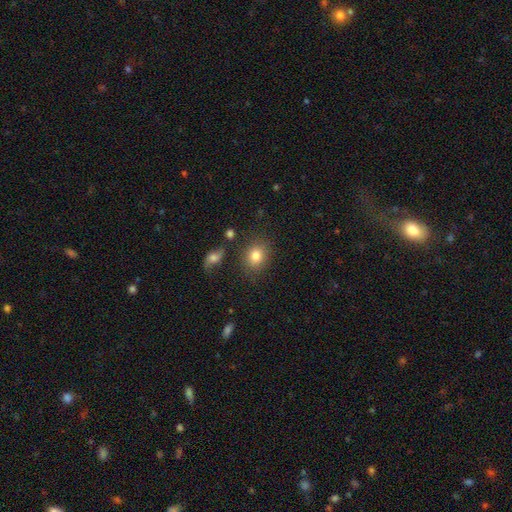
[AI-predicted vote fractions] smooth_or_featured: smooth (p=0.80) [alt: star or artifact p=0.10]
how_rounded: round (p=0.61) [alt: in between p=0.38]
merging: none (p=0.81) [alt: minor disturbance p=0.11]